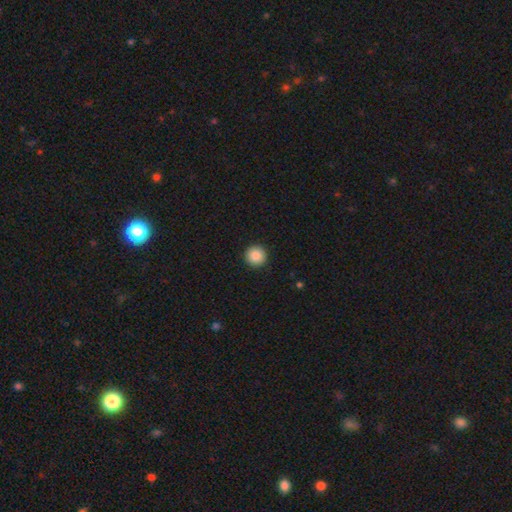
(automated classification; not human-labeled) smooth_or_featured: smooth (p=0.88) [alt: star or artifact p=0.09]
how_rounded: round (p=0.96) [alt: in between p=0.03]
merging: none (p=0.93) [alt: minor disturbance p=0.04]